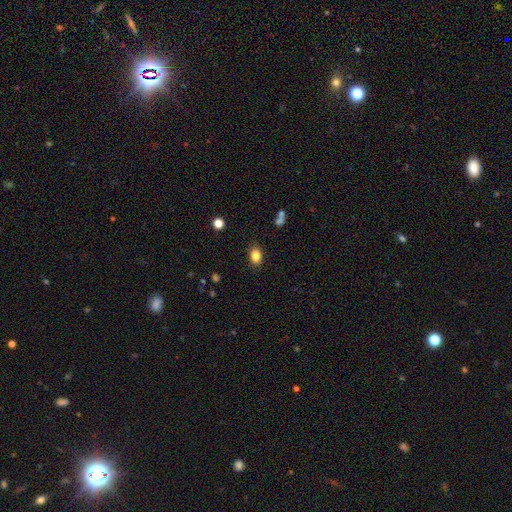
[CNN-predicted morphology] smooth-or-featured: smooth: 83% | star or artifact: 10% | featured or disk: 7%
  how-rounded: in between: 73% | round: 26% | cigar-shaped: 1%
  merging: none: 86% | minor disturbance: 10% | major disturbance: 3% | merger: 1%